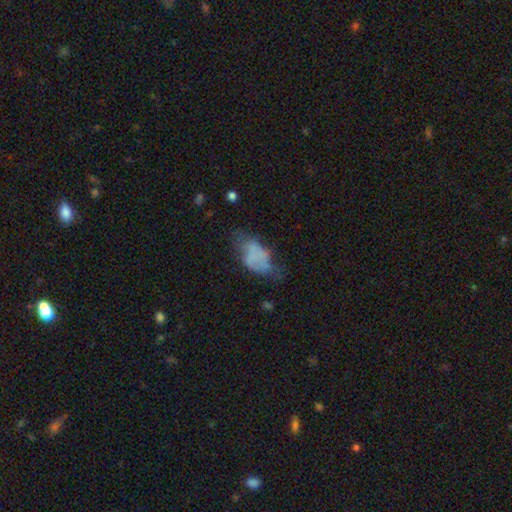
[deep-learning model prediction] smooth-or-featured: smooth: 53% | featured or disk: 34% | star or artifact: 12%
  how-rounded: in between: 90% | round: 7% | cigar-shaped: 3%
  merging: major disturbance: 35% | minor disturbance: 31% | none: 29% | merger: 6%